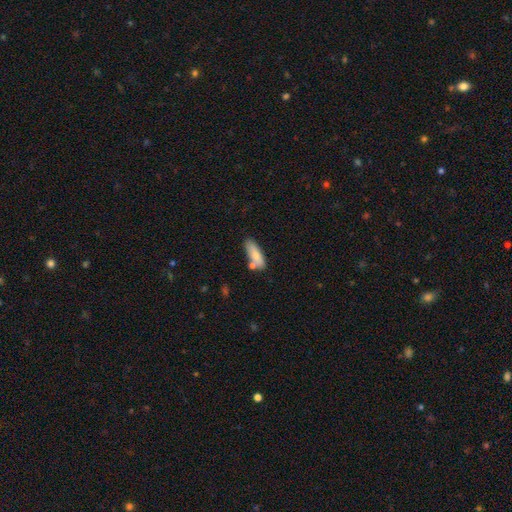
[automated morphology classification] A smooth galaxy with no disk features (77%) that is in between round and cigar-shaped (54%).

Vote fractions:
- Smooth or featured? smooth: 77% / featured or disk: 16% / star or artifact: 6%
- How rounded? in between: 54% / cigar-shaped: 43% / round: 2%
- Merging? none: 70% / minor disturbance: 16% / merger: 12% / major disturbance: 3%